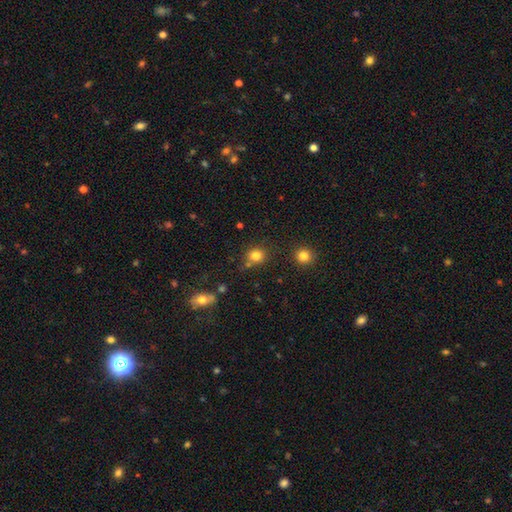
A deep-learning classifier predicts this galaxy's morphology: smooth 81%, star or artifact 13%, featured or disk 6%. Down the decision tree: how rounded — round (82%); merging — none (74%).